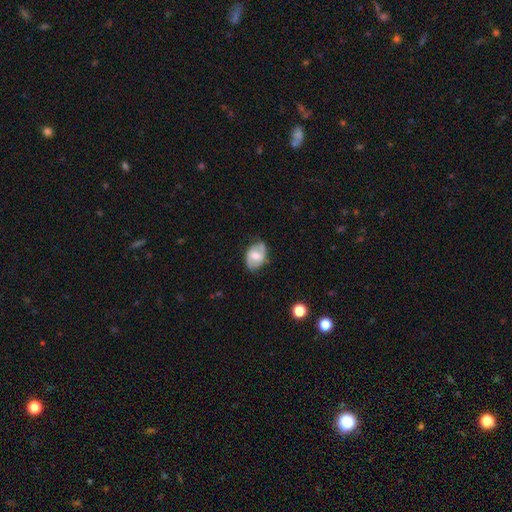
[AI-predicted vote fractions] Smooth or featured? featured or disk (47%)
Merging? none (66%)